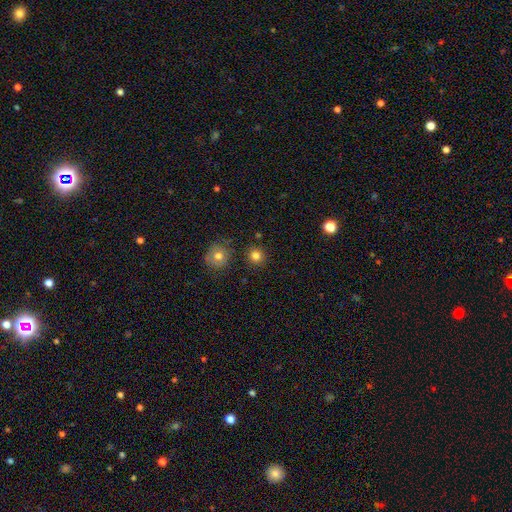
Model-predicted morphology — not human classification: Smooth or featured: smooth — 81% (star or artifact — 13%)
How rounded: round — 92% (in between — 7%)
Merging: none — 88% (minor disturbance — 7%)